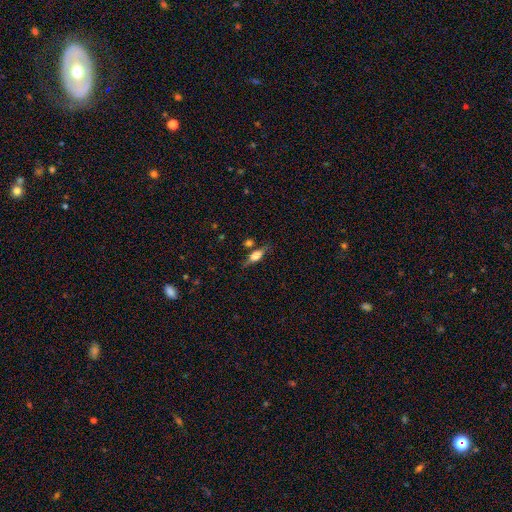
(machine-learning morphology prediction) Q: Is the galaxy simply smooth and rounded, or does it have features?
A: smooth — 54%.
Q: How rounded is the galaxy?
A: in between — 66%.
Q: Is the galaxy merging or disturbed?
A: none — 70%.